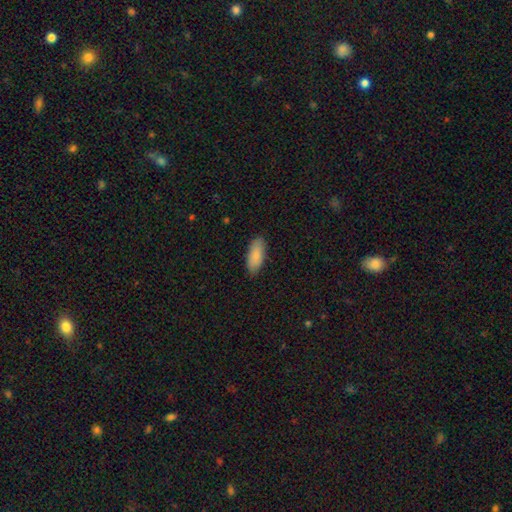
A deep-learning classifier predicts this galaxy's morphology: smooth-or-featured: smooth: 88% | featured or disk: 6% | star or artifact: 6%
  how-rounded: in between: 80% | cigar-shaped: 18% | round: 2%
  merging: none: 87% | minor disturbance: 10% | major disturbance: 2% | merger: 1%